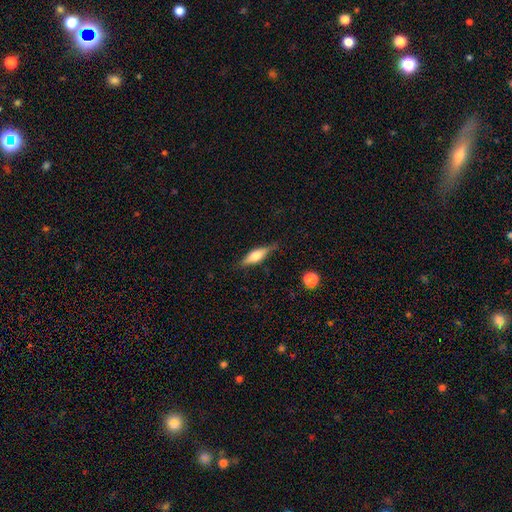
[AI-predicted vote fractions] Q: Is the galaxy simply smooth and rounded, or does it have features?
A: smooth — 48%.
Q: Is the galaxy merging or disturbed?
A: none — 75%.